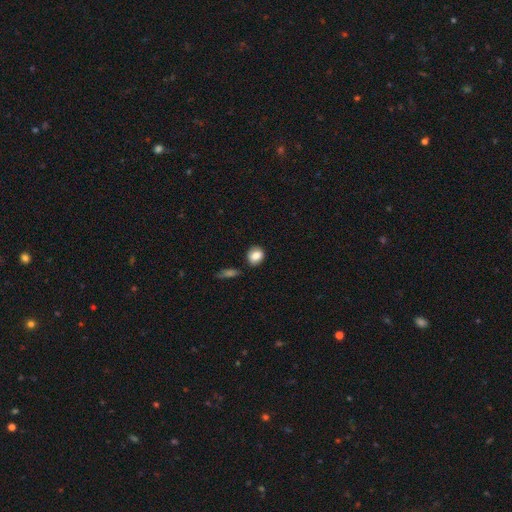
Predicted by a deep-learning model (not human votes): smooth-or-featured: smooth: 84% | star or artifact: 8% | featured or disk: 7%
  how-rounded: round: 57% | in between: 41% | cigar-shaped: 2%
  merging: none: 79% | minor disturbance: 14% | merger: 4% | major disturbance: 3%